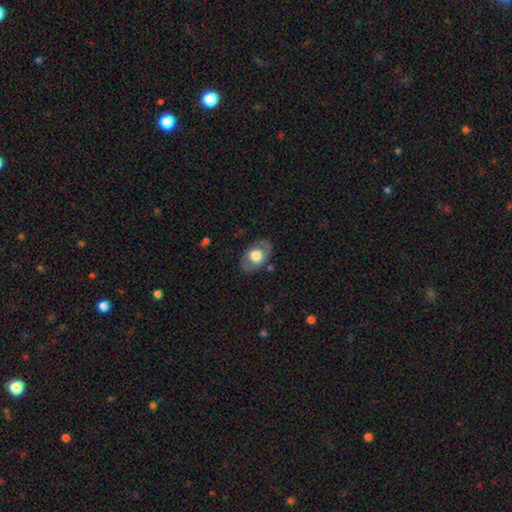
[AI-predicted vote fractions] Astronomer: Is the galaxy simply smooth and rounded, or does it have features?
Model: smooth — 58% (runner-up: featured or disk, 36%).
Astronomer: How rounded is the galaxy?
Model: in between — 84%.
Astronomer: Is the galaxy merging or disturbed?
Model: none — 80%.